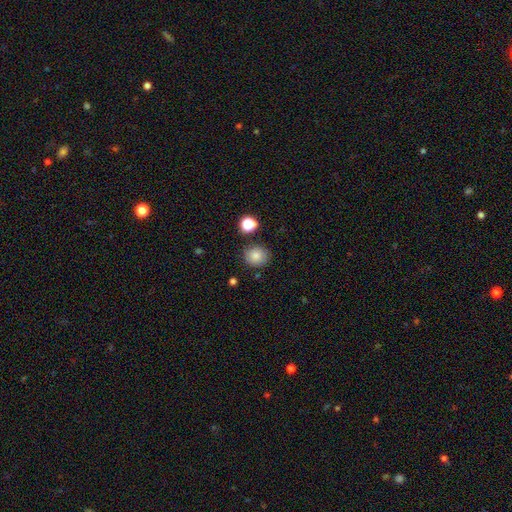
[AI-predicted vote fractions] Morphology: type=smooth (83%); roundness=round (79%); merging=none (83%).